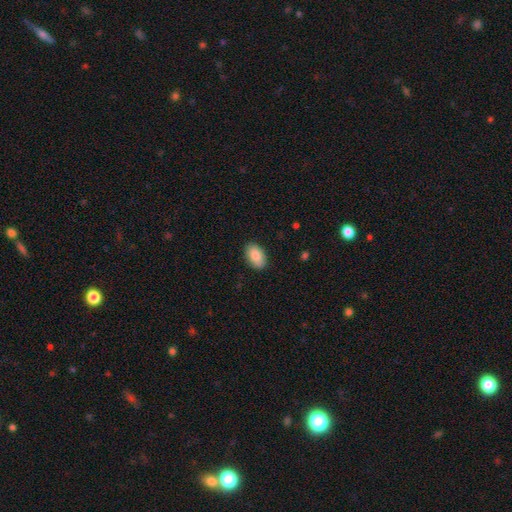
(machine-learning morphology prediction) The model was most divided on "merging": none: 88%, minor disturbance: 9%, major disturbance: 2%, merger: 1%. More confident: how rounded — in between (92%); smooth or featured — smooth (87%).